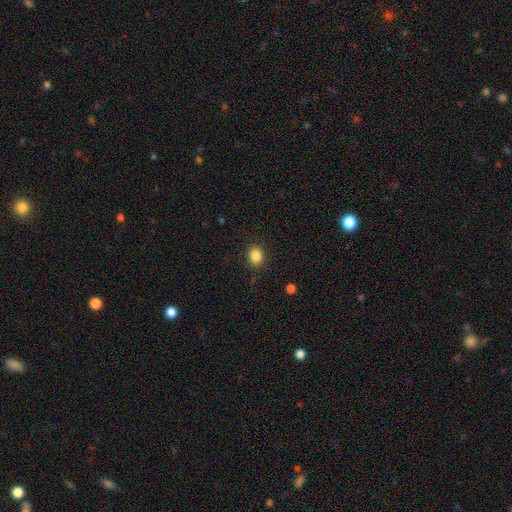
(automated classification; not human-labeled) smooth_or_featured: smooth (p=0.86) [alt: star or artifact p=0.10]
how_rounded: round (p=0.56) [alt: in between p=0.43]
merging: none (p=0.89) [alt: minor disturbance p=0.08]